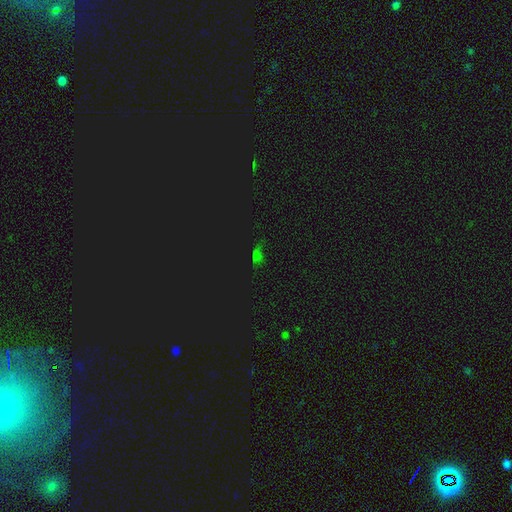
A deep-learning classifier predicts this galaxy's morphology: The model was most divided on "smooth or featured": star or artifact: 67%, smooth: 25%, featured or disk: 8%.